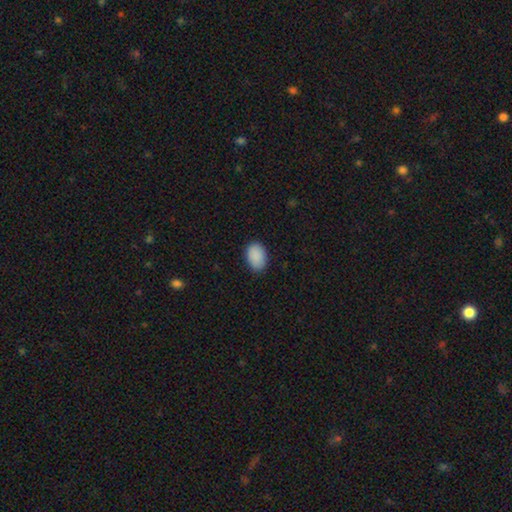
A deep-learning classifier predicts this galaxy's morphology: smooth 90%, star or artifact 7%, featured or disk 3%. Down the decision tree: how rounded — in between (85%); merging — none (84%).